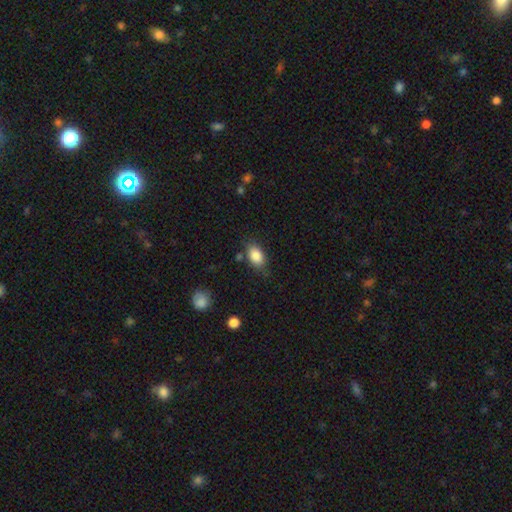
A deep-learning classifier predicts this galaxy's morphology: type=smooth (86%); roundness=in between (88%); merging=none (77%).